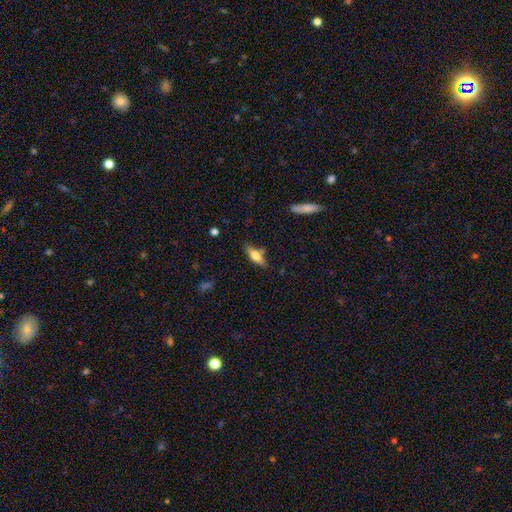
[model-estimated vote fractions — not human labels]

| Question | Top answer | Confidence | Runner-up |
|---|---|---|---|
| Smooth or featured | smooth | 59% | featured or disk (34%) |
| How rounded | cigar-shaped | 51% | in between (47%) |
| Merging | none | 75% | minor disturbance (14%) |